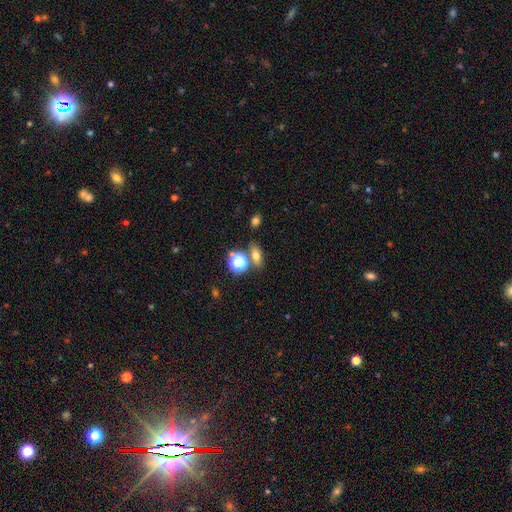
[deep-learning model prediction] smooth 64%, star or artifact 20%, featured or disk 16%. Down the decision tree: how rounded — in between (62%); merging — none (73%).